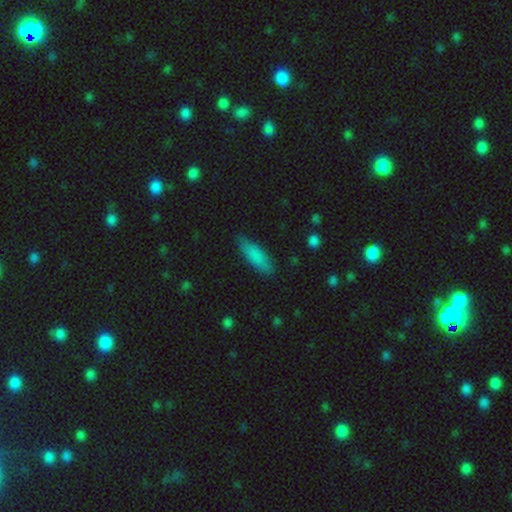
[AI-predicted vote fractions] The model was most divided on "how rounded": in between: 50%, cigar-shaped: 48%, round: 2%. More confident: smooth or featured — smooth (83%); merging — none (80%).